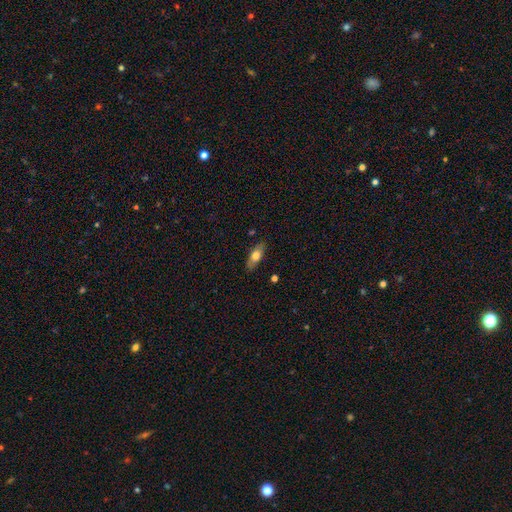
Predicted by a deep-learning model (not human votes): smooth_or_featured: smooth (p=0.65) [alt: featured or disk p=0.28]
how_rounded: in between (p=0.69) [alt: cigar-shaped p=0.28]
merging: none (p=0.83) [alt: minor disturbance p=0.13]